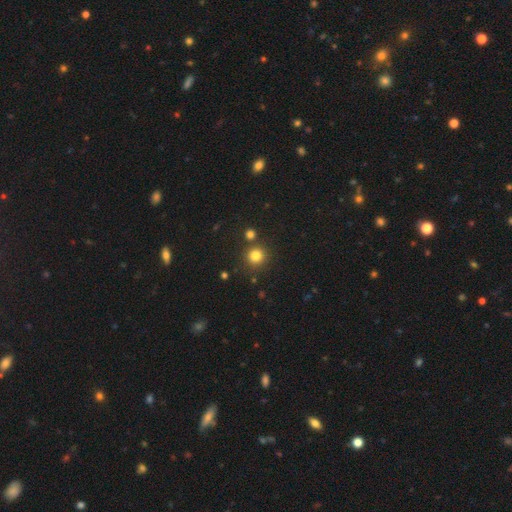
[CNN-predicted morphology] This is clearly a smooth galaxy (81%). How rounded: clearly round (93%). Merging: clearly none (82%).